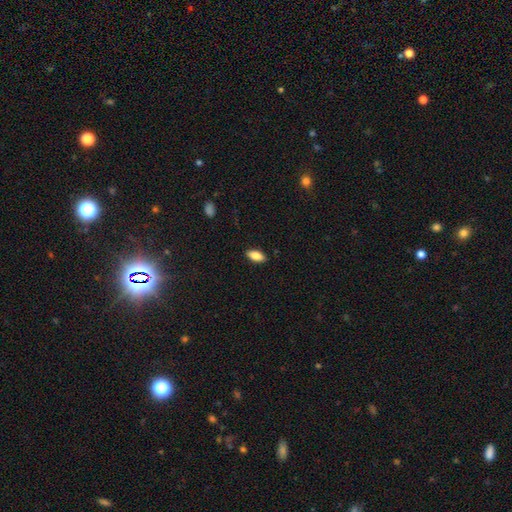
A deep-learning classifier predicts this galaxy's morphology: This is clearly a smooth galaxy (84%). How rounded: clearly in between (87%). Merging: clearly none (89%).